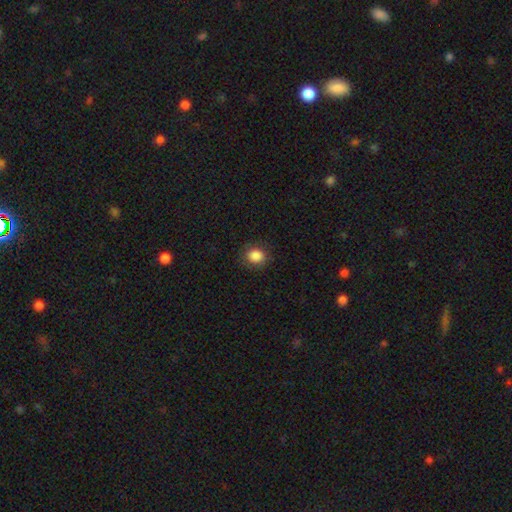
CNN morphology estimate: smooth_or_featured: smooth (p=0.87) [alt: star or artifact p=0.09]
how_rounded: round (p=0.69) [alt: in between p=0.30]
merging: none (p=0.85) [alt: minor disturbance p=0.11]